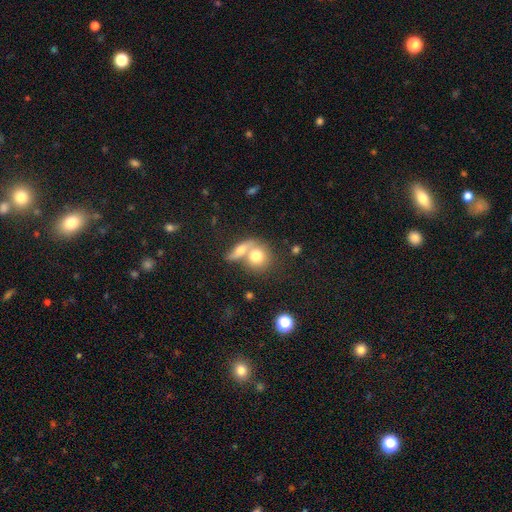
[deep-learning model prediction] A smooth galaxy with no disk features (73%) that is round (70%). Merging: merger (57%).